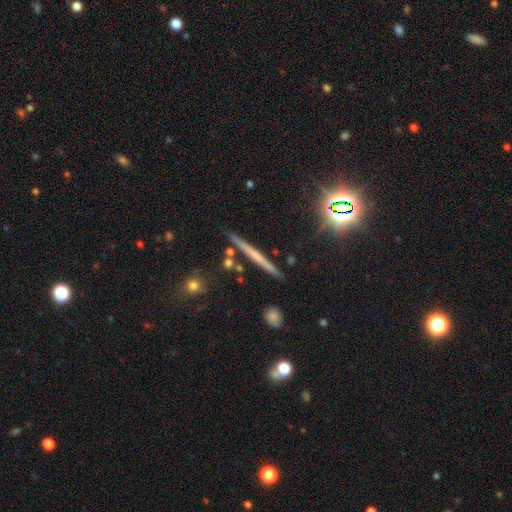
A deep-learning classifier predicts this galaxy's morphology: type=featured or disk (49%); merging=none (86%).